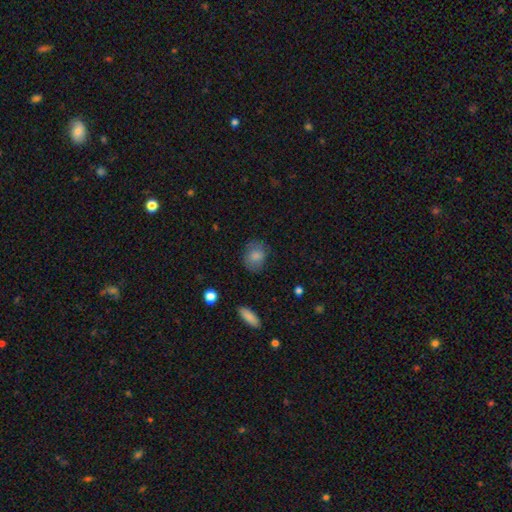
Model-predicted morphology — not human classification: The model was most divided on "how rounded": round: 57%, in between: 42%, cigar-shaped: 1%. More confident: smooth or featured — smooth (80%); merging — none (72%).